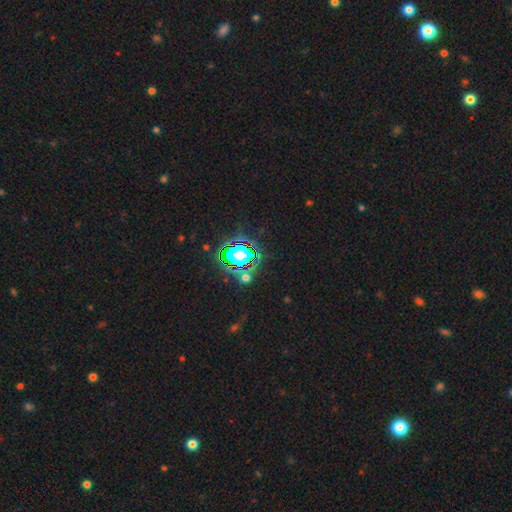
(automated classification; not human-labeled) The model was most divided on "smooth or featured": star or artifact: 83%, smooth: 10%, featured or disk: 7%.